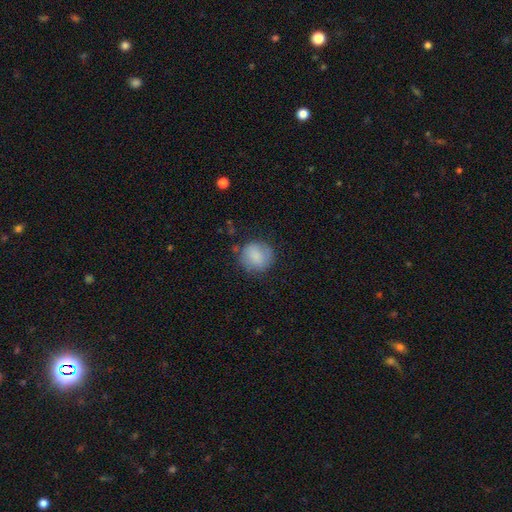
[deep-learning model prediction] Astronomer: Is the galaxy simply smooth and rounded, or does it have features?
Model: smooth — 82%.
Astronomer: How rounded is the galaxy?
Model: round — 87%.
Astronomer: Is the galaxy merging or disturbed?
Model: none — 73%.